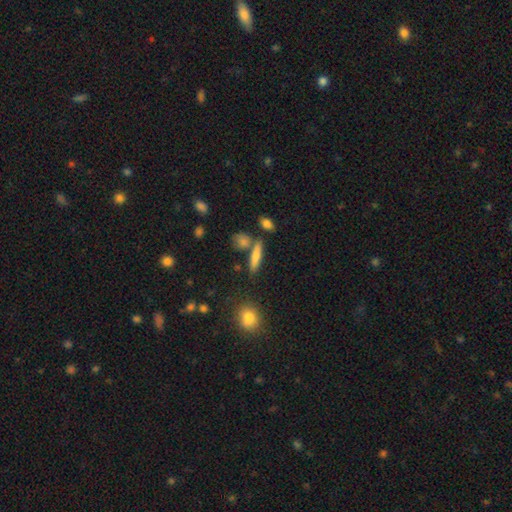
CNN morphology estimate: Smooth or featured?
  - smooth: 71% *
  - featured or disk: 21%
  - star or artifact: 9%
How rounded?
  - cigar-shaped: 73% *
  - in between: 22%
  - round: 5%
Merging?
  - none: 70% *
  - merger: 15%
  - minor disturbance: 11%
  - major disturbance: 4%